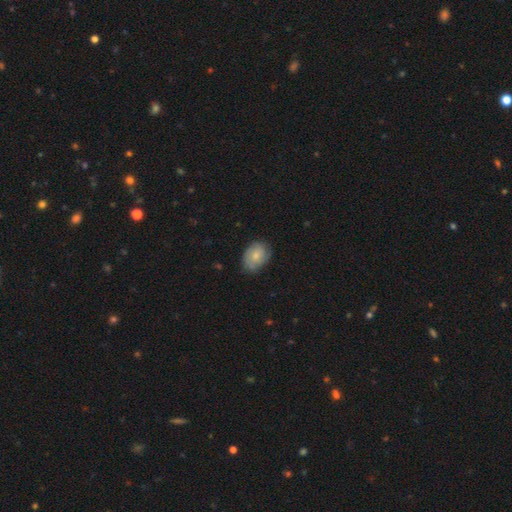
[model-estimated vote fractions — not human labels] The model was most divided on "smooth or featured": smooth: 70%, featured or disk: 23%, star or artifact: 7%. More confident: how rounded — in between (75%); merging — none (72%).